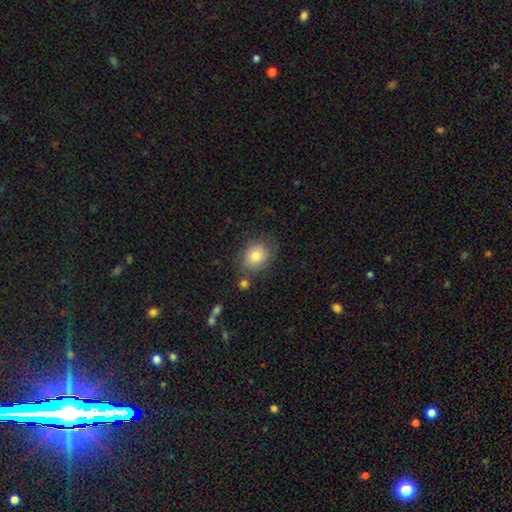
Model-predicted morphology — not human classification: Overall: smooth (80%). How rounded: round (59%; in between 40%). Merging: none (70%).